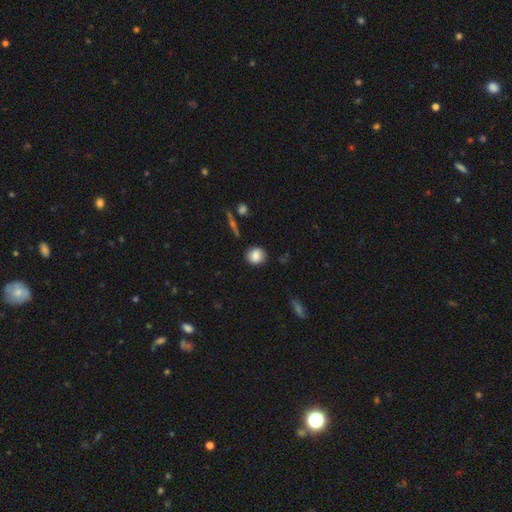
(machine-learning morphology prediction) Q: Smooth or featured?
A: smooth (83%); runner-up: featured or disk (9%)
Q: How rounded?
A: round (78%); runner-up: in between (20%)
Q: Merging?
A: none (84%); runner-up: minor disturbance (11%)